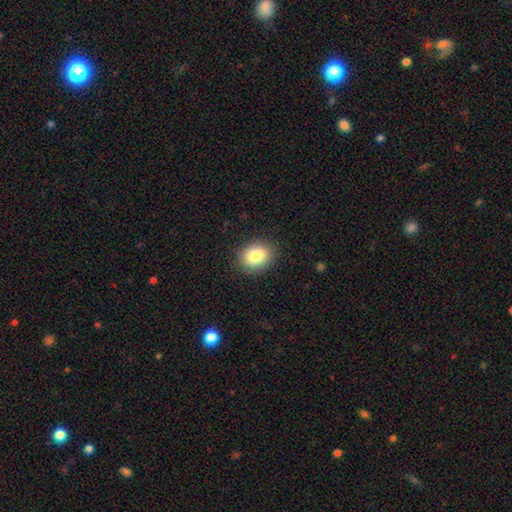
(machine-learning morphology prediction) A smooth galaxy with no disk features (85%) that is round (51%). Merging: none (89%).